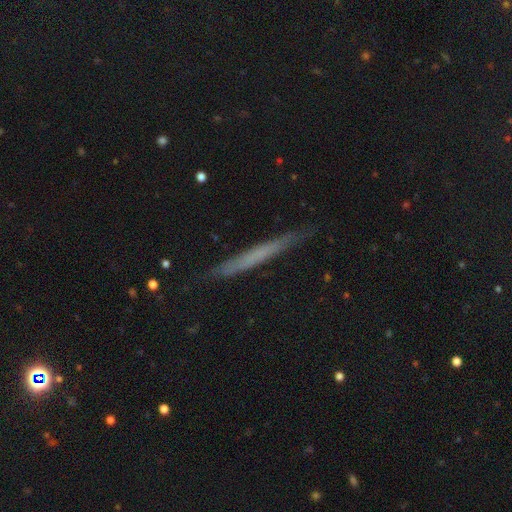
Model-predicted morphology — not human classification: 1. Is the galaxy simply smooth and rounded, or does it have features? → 47% smooth, 46% featured or disk, 7% star or artifact.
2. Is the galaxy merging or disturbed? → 85% none, 11% minor disturbance, 2% major disturbance, 1% merger.